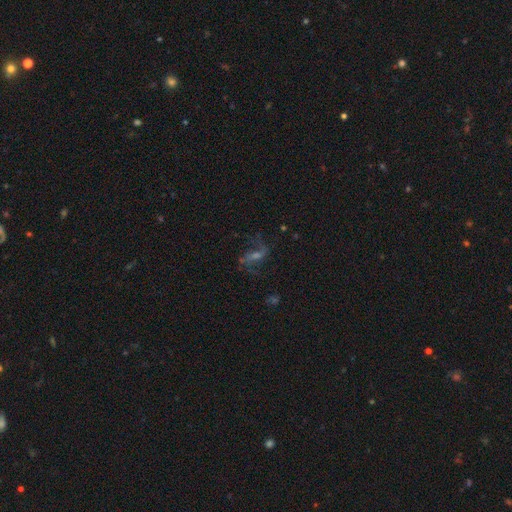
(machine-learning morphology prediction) This is likely a featured or disk galaxy (66%). It is clearly not viewed edge-on (90%). Bar: marginally weak (43%). Spiral arm pattern: clearly yes (86%). Spiral arm count: likely 2 (77%). Spiral winding: likely loose (67%). Central bulge: possibly small (46%). Merging: likely none (63%).